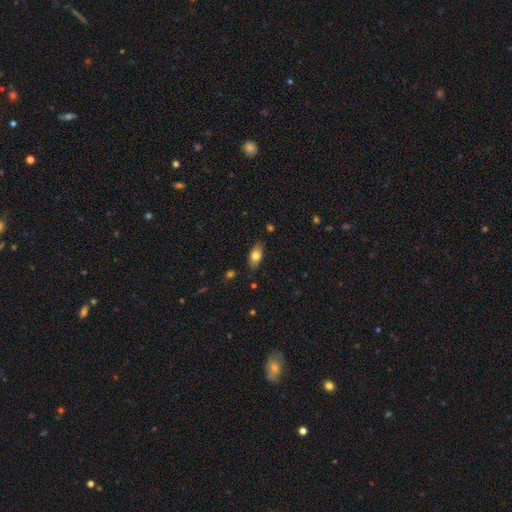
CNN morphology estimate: Smooth or featured: smooth — 77% (featured or disk — 16%)
How rounded: in between — 87% (cigar-shaped — 9%)
Merging: none — 83% (minor disturbance — 13%)